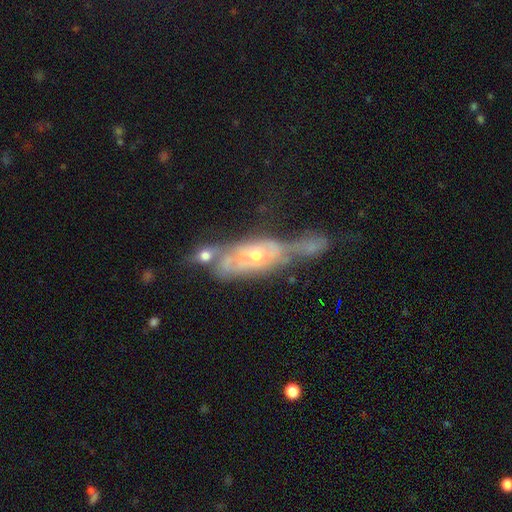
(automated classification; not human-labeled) A featured or disk galaxy (71%) with no bar (77%), no spiral arms (51%) and a moderate central bulge (62%). Merging: merger (35%).